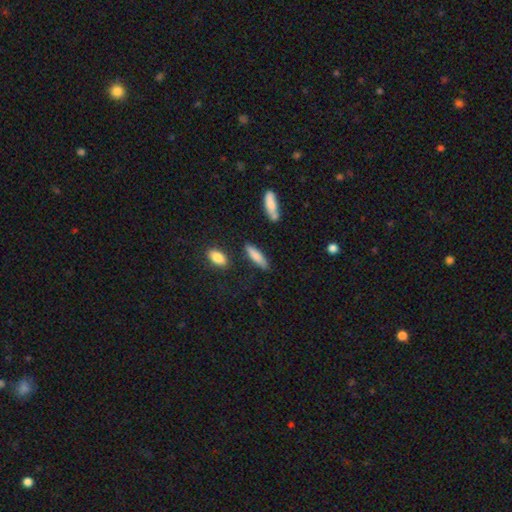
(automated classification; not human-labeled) smooth 81%, featured or disk 12%, star or artifact 6%. Down the decision tree: how rounded — cigar-shaped (69%); merging — none (80%).